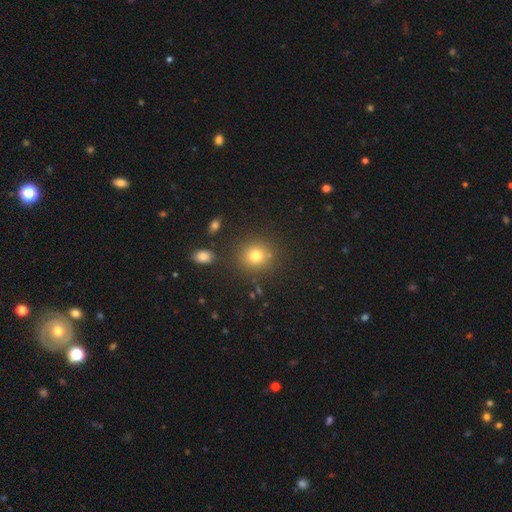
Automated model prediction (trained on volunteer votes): Q: Smooth or featured?
A: smooth (77%); runner-up: star or artifact (15%)
Q: How rounded?
A: round (85%); runner-up: in between (14%)
Q: Merging?
A: none (83%); runner-up: minor disturbance (9%)